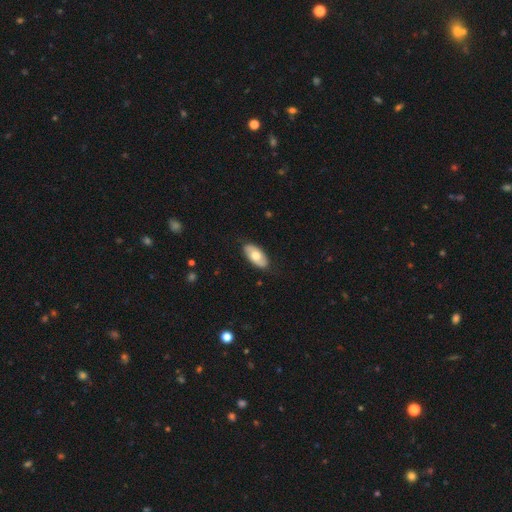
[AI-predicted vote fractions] smooth 60%, featured or disk 34%, star or artifact 5%. Down the decision tree: how rounded — in between (93%); merging — none (84%).